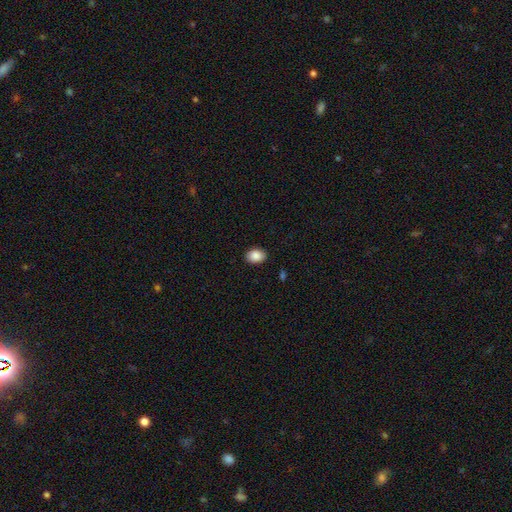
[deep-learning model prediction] The model was most divided on "how rounded": in between: 76%, round: 23%, cigar-shaped: 1%. More confident: smooth or featured — smooth (88%); merging — none (88%).